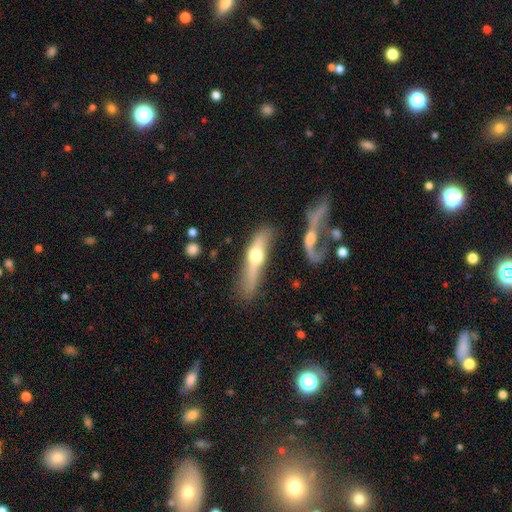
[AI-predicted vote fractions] Overall: featured or disk (57%; smooth 37%). Edge-on disk: yes (83%). Merging: none (56%; minor disturbance 19%).